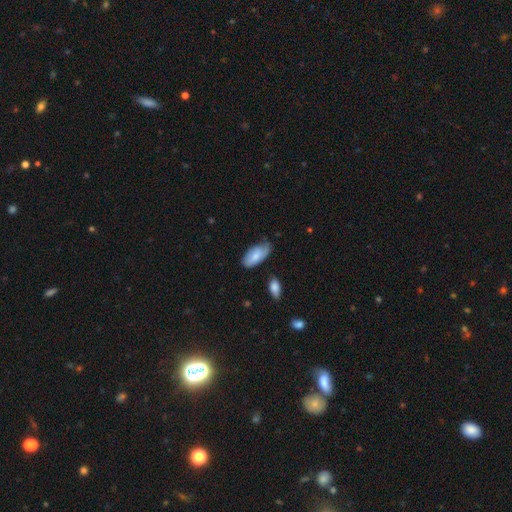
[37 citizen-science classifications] Smooth or featured: smooth — 76% (featured or disk — 22%)
How rounded: in between — 93% (round — 4%)
Merging: none — 53% (minor disturbance — 42%)